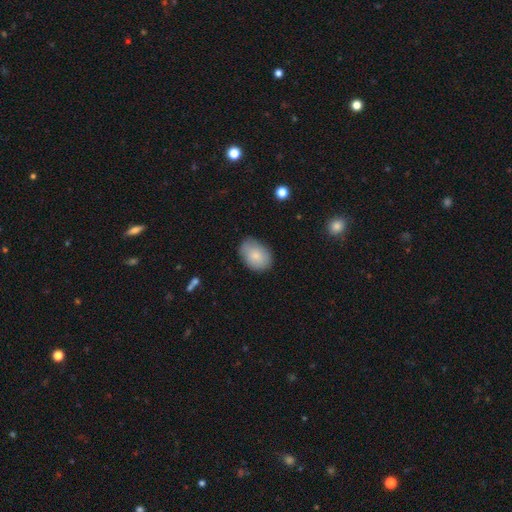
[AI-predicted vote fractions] Smooth or featured?
  - smooth: 83% *
  - featured or disk: 11%
  - star or artifact: 7%
How rounded?
  - in between: 81% *
  - round: 18%
  - cigar-shaped: 1%
Merging?
  - none: 76% *
  - minor disturbance: 19%
  - major disturbance: 4%
  - merger: 1%